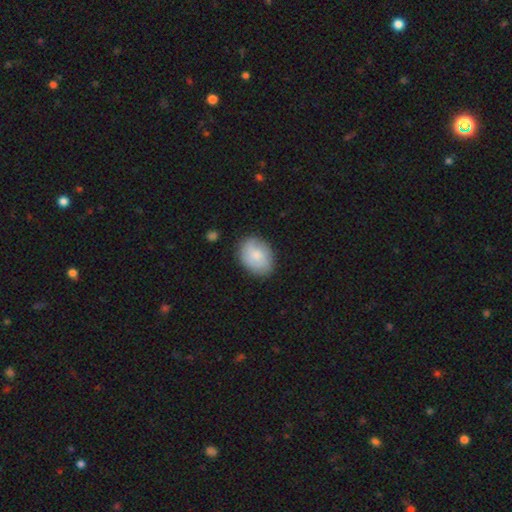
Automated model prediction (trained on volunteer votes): This appears to be a smooth galaxy with no disk features (73%) that is in between round and cigar-shaped (70%). Merging: none (79%).